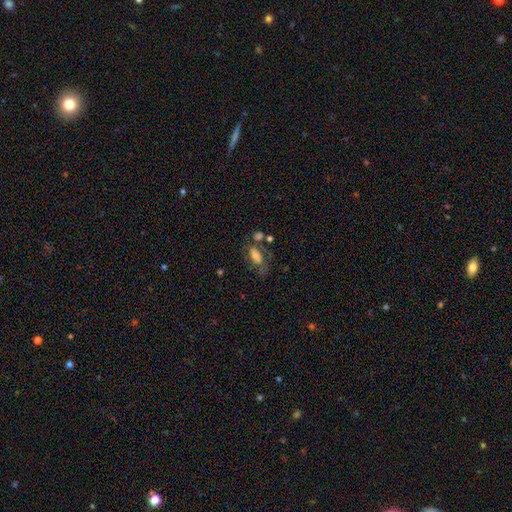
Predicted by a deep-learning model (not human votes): Smooth or featured? Predicted: smooth (p=0.60). How rounded? Predicted: in between (p=0.87). Merging? Predicted: none (p=0.41).